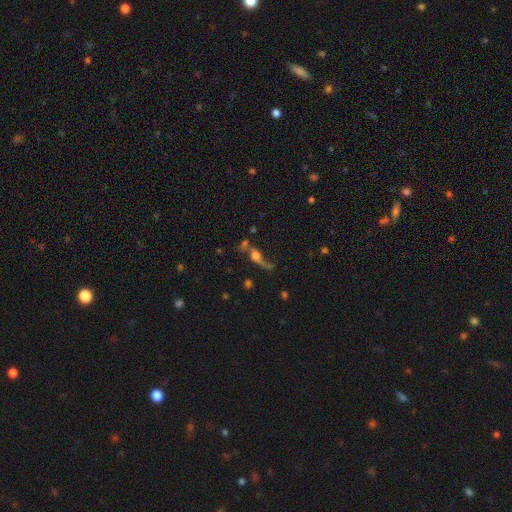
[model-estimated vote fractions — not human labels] This is possibly a featured or disk galaxy (53%). It is likely not viewed edge-on (64%). Merging: marginally none (32%).